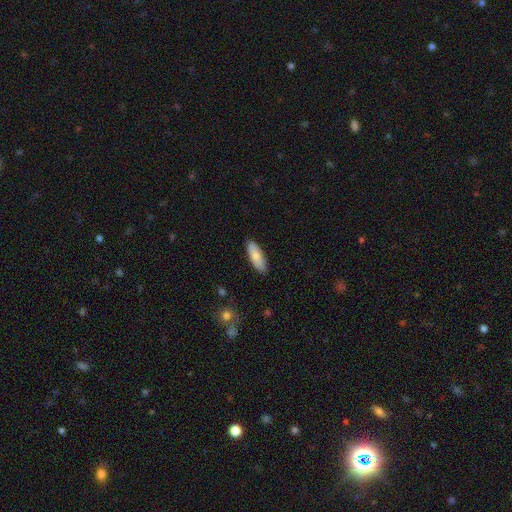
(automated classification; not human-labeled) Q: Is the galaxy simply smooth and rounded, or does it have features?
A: smooth — 77%.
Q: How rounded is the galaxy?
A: in between — 65%.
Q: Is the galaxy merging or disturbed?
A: none — 87%.